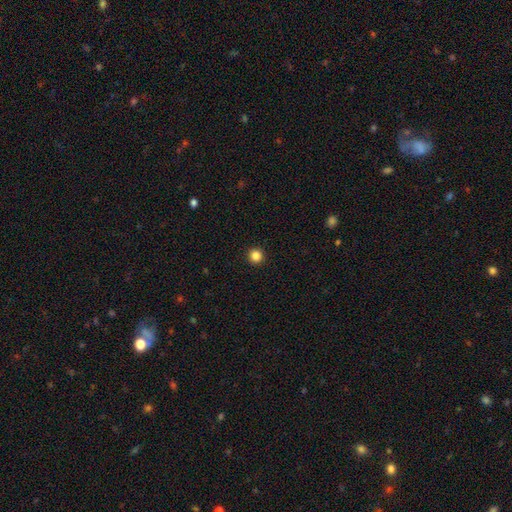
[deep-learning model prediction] Overall: smooth (85%). How rounded: round (95%). Merging: none (94%).